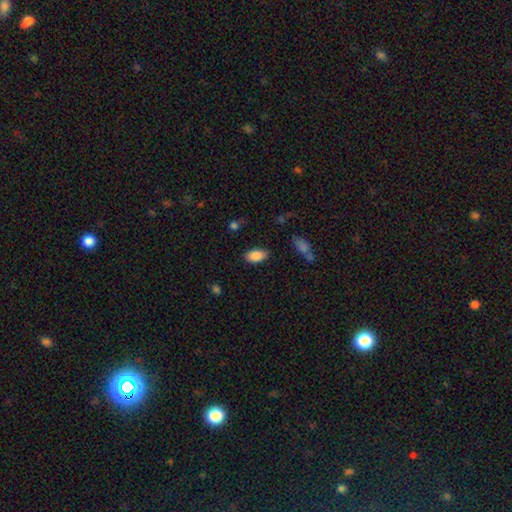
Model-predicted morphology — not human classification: Smooth or featured?
  - smooth: 87% *
  - star or artifact: 8%
  - featured or disk: 6%
How rounded?
  - in between: 93% *
  - round: 4%
  - cigar-shaped: 3%
Merging?
  - none: 84% *
  - minor disturbance: 12%
  - major disturbance: 3%
  - merger: 2%